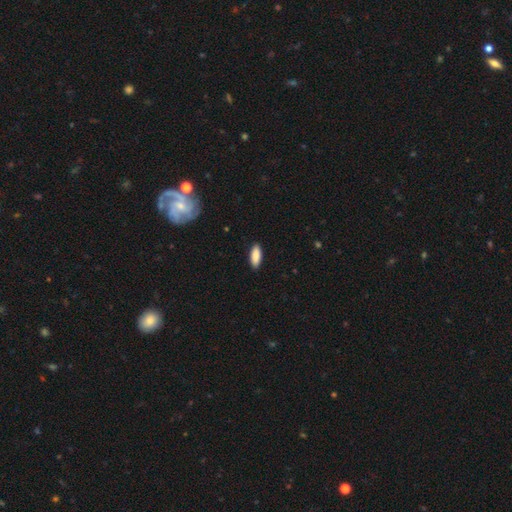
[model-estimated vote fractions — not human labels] smooth_or_featured: smooth (p=0.89) [alt: star or artifact p=0.06]
how_rounded: in between (p=0.72) [alt: cigar-shaped p=0.26]
merging: none (p=0.90) [alt: minor disturbance p=0.08]